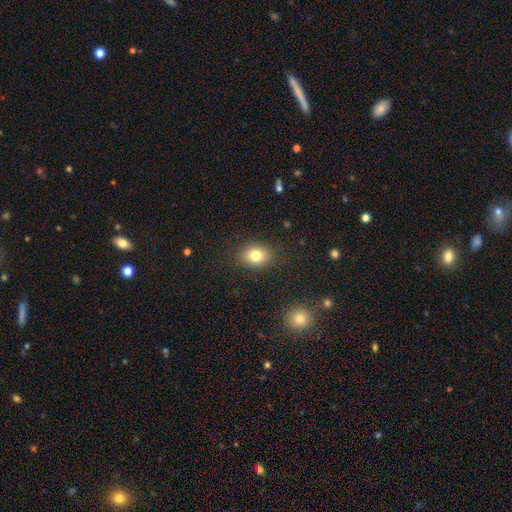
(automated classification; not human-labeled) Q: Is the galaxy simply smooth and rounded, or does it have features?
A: smooth — 81%.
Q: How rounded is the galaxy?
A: in between — 52%.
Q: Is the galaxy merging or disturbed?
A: none — 86%.